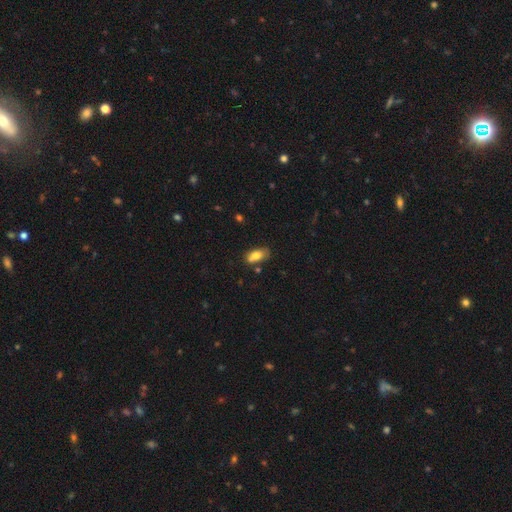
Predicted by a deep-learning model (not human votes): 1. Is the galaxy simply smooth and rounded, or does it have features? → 75% smooth, 16% featured or disk, 8% star or artifact.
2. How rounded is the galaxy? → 89% in between, 6% cigar-shaped, 6% round.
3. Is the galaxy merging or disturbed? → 56% none, 24% minor disturbance, 13% merger, 7% major disturbance.